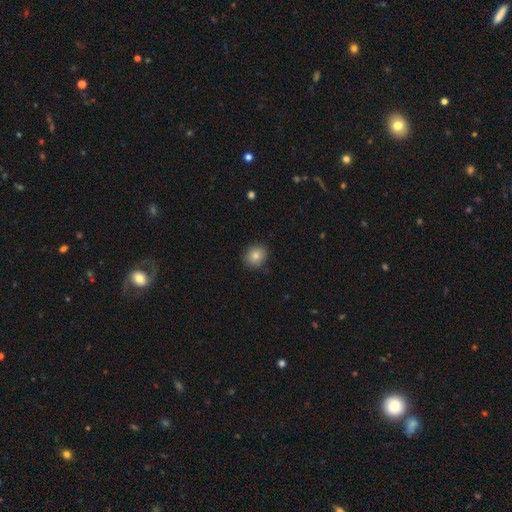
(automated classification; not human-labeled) Smooth or featured?
  - smooth: 82% *
  - star or artifact: 10%
  - featured or disk: 8%
How rounded?
  - round: 81% *
  - in between: 18%
  - cigar-shaped: 1%
Merging?
  - none: 88% *
  - minor disturbance: 9%
  - major disturbance: 2%
  - merger: 1%